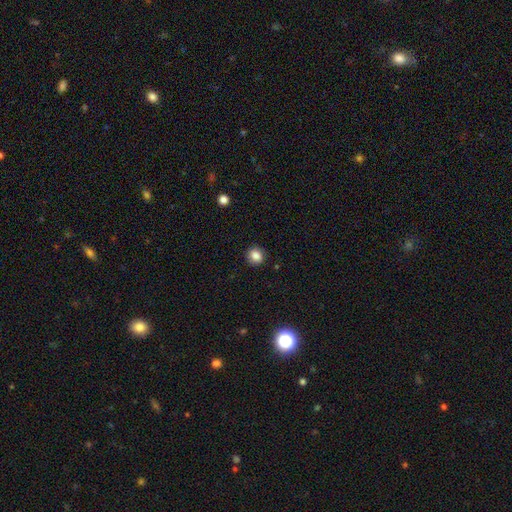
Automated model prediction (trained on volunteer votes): A smooth galaxy with no disk features (84%) that is round (81%). Merging: none (89%).